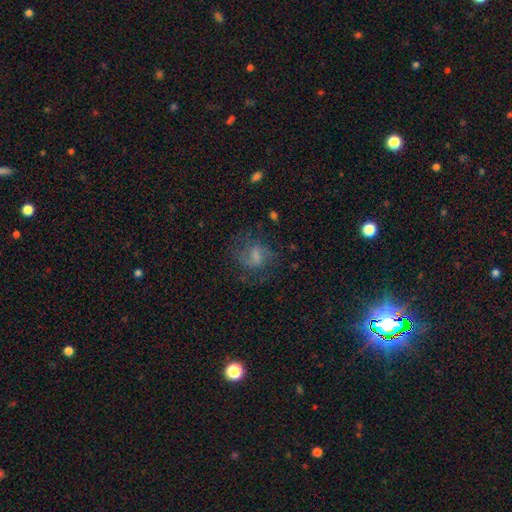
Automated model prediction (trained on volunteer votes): The model was most divided on "bulge size": small: 33%, moderate: 30%, none: 28%, large: 7%, dominant: 2%. More confident: edge-on disk — no (96%); spiral arms — yes (83%); merging — none (65%); smooth or featured — featured or disk (53%); bar — weak (51%).